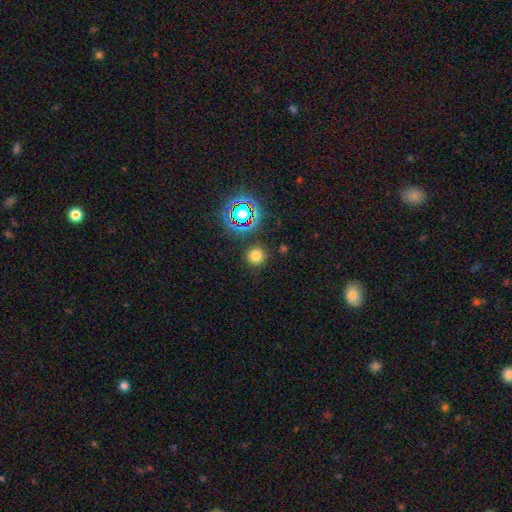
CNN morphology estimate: Overall: smooth (72%). How rounded: round (94%). Merging: none (86%).